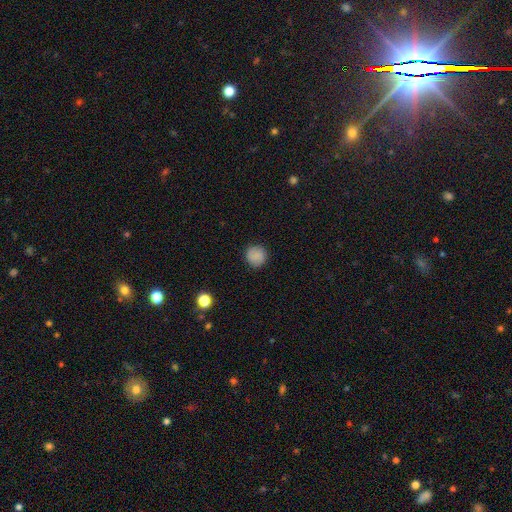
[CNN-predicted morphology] Q: Smooth or featured?
A: smooth (84%); runner-up: star or artifact (9%)
Q: How rounded?
A: round (93%); runner-up: in between (6%)
Q: Merging?
A: none (89%); runner-up: minor disturbance (8%)